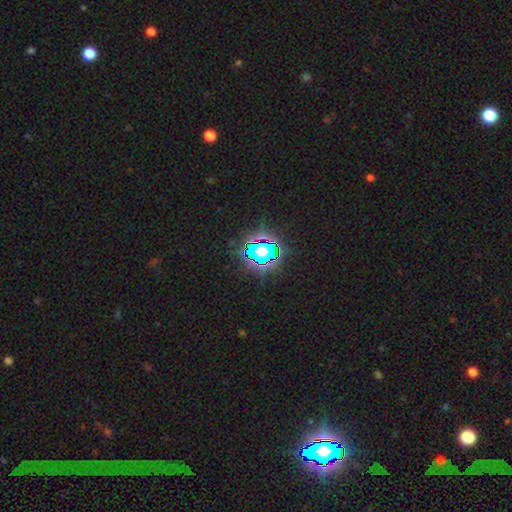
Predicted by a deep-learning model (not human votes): Smooth or featured? star or artifact (75%)